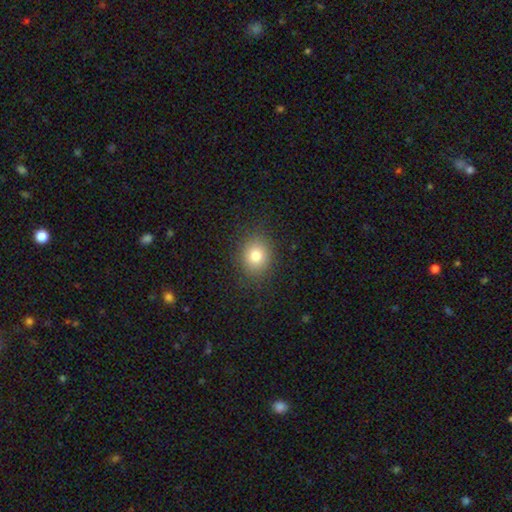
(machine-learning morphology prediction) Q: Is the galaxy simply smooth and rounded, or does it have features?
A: smooth — 80%.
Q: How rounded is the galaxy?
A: round — 67%.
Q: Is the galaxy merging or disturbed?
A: none — 87%.